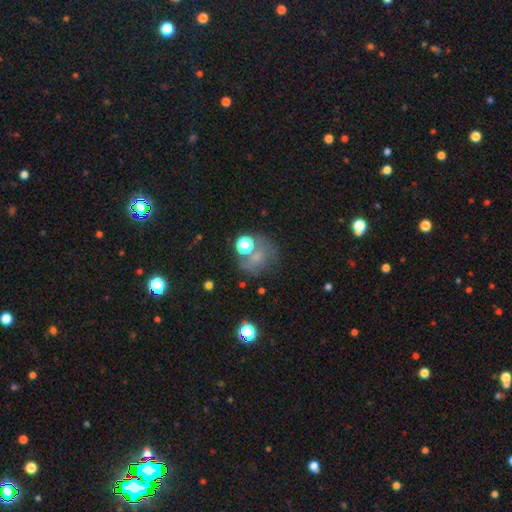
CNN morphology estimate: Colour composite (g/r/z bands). It shows a smooth galaxy with no disk features (52%) that is round (74%). Merging: none (51%).